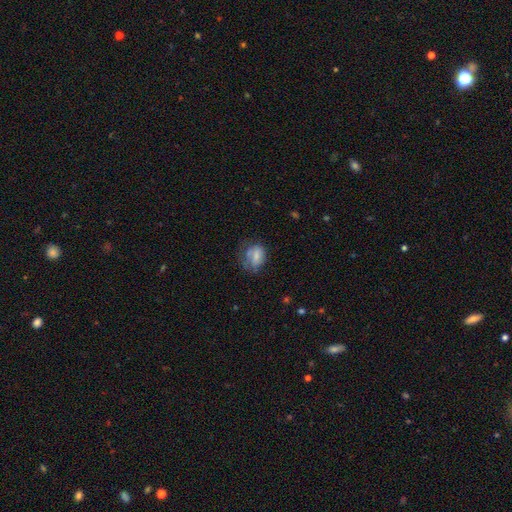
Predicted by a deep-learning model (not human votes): A smooth galaxy with no disk features (61%) that is in between round and cigar-shaped (61%). Merging: none (43%).